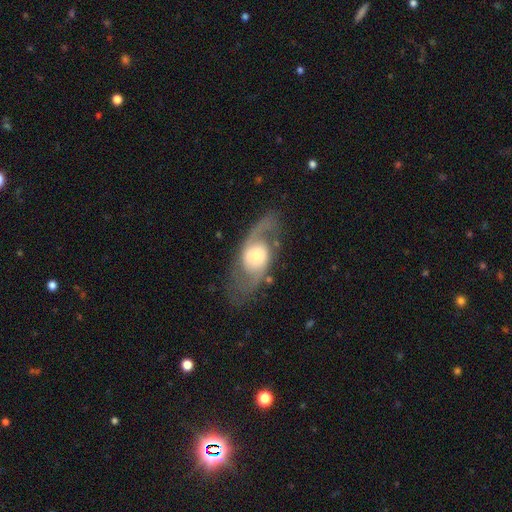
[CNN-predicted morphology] A featured or disk galaxy (81%) with no bar (61%), 2 (89%) loose (47%) spiral arms (92%) and a moderate central bulge (47%). Merging: none (71%).